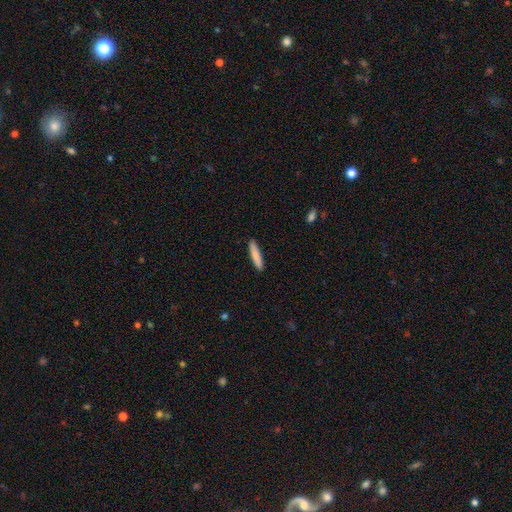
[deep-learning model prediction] This appears to be a smooth galaxy with no disk features (84%) that is cigar-shaped (89%). Merging: none (91%).